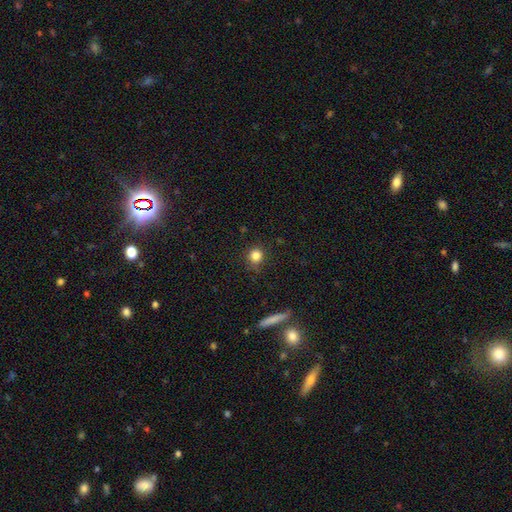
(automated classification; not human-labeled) Overall: smooth (83%). How rounded: round (89%). Merging: none (85%).